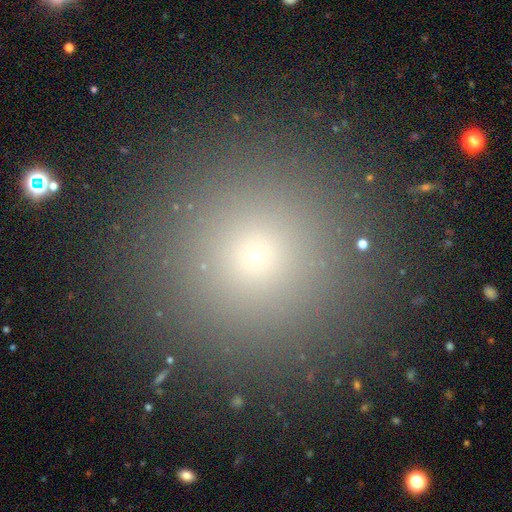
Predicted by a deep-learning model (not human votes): Smooth or featured? Predicted: smooth (p=0.69). How rounded? Predicted: round (p=0.95). Merging? Predicted: none (p=0.91).